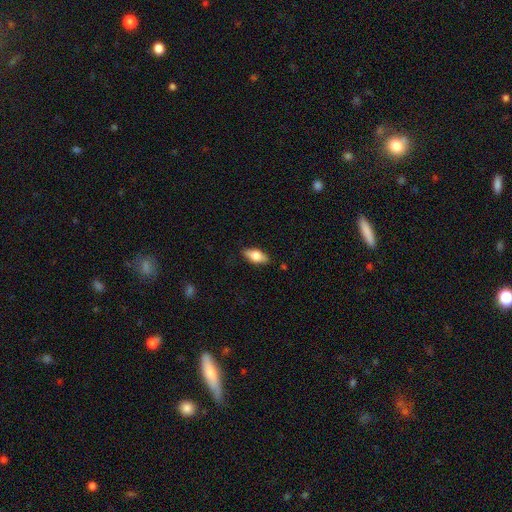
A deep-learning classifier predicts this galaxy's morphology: smooth_or_featured: smooth (p=0.73) [alt: featured or disk p=0.20]
how_rounded: in between (p=0.86) [alt: cigar-shaped p=0.11]
merging: none (p=0.84) [alt: minor disturbance p=0.12]